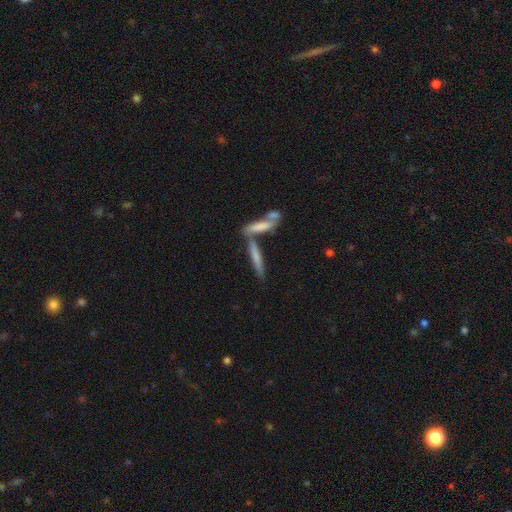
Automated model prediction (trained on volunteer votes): smooth 60%, featured or disk 33%, star or artifact 7%. Down the decision tree: how rounded — cigar-shaped (87%); merging — none (55%).